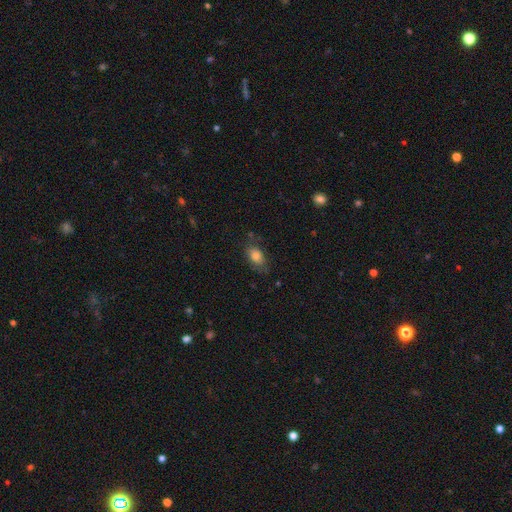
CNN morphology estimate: smooth 77%, featured or disk 14%, star or artifact 9%. Down the decision tree: how rounded — in between (87%); merging — none (64%).